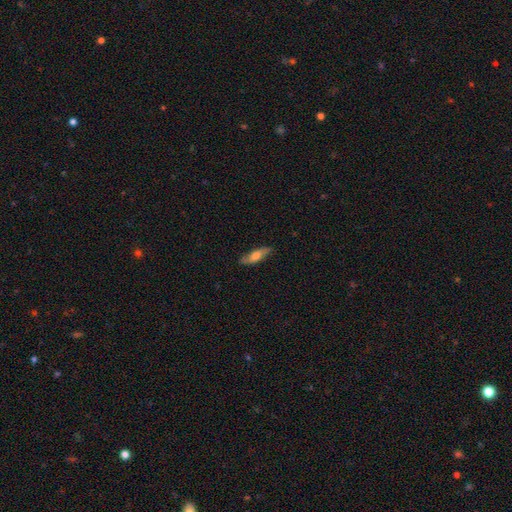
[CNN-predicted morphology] A smooth galaxy with no disk features (55%) that is cigar-shaped (60%).

Vote fractions:
- Smooth or featured? smooth: 55% / featured or disk: 39% / star or artifact: 6%
- How rounded? cigar-shaped: 60% / in between: 37% / round: 2%
- Merging? none: 83% / minor disturbance: 13% / major disturbance: 2% / merger: 1%